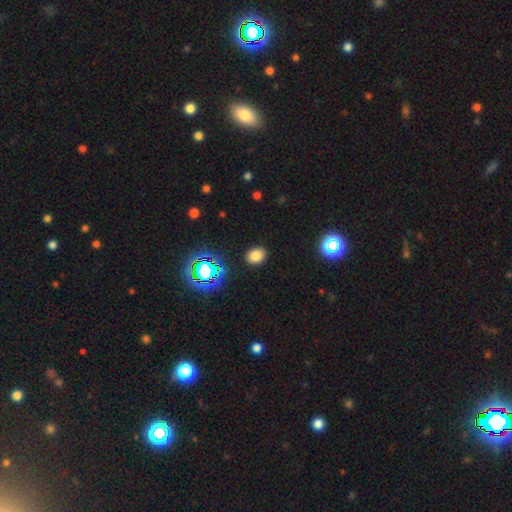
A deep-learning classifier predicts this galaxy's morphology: This appears to be a smooth galaxy with no disk features (76%) that is round (52%). Merging: none (89%).